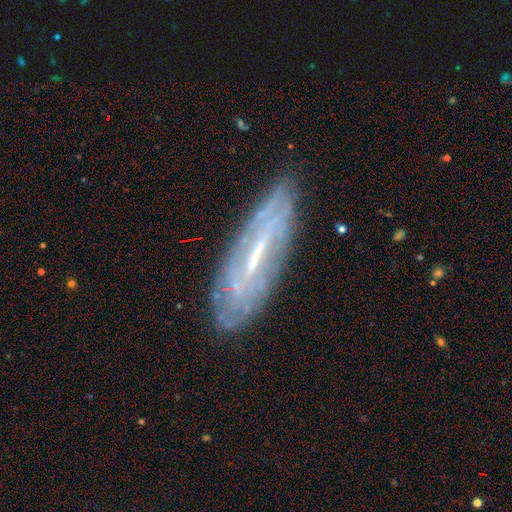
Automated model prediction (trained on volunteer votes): Smooth or featured: featured or disk — 71% (smooth — 22%)
Edge-on disk: no — 65% (yes — 35%)
Merging: none — 76% (minor disturbance — 17%)